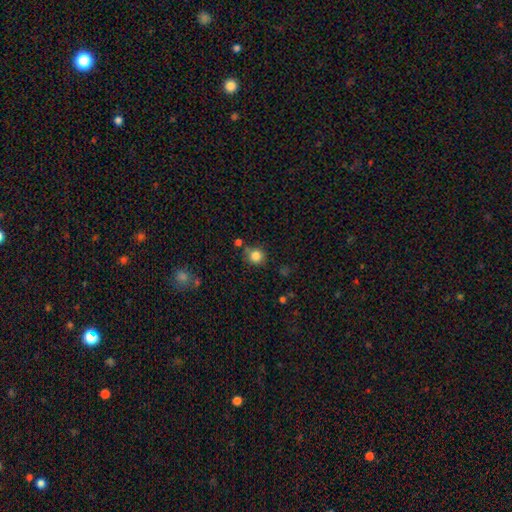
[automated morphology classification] Q: Smooth or featured?
A: smooth (84%); runner-up: star or artifact (11%)
Q: How rounded?
A: round (88%); runner-up: in between (11%)
Q: Merging?
A: none (75%); runner-up: minor disturbance (13%)